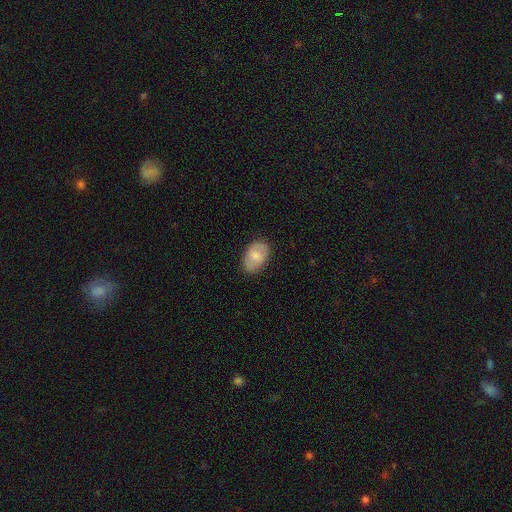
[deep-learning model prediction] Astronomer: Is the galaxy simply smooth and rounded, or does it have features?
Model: smooth — 69%.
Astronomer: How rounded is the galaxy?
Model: in between — 86%.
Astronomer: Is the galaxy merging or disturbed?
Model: none — 77%.